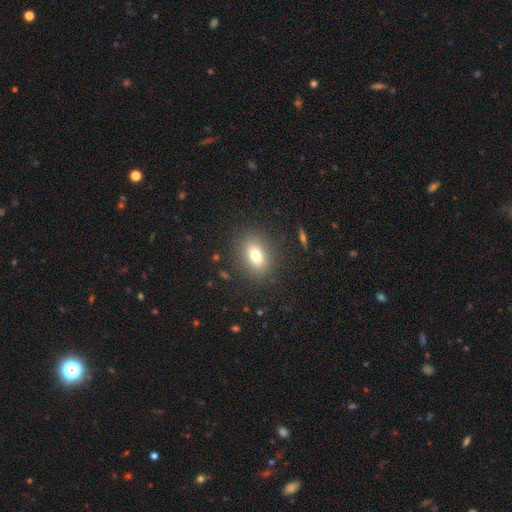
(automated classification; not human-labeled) This is likely a smooth galaxy (74%). How rounded: likely in between (63%). Merging: clearly none (86%).